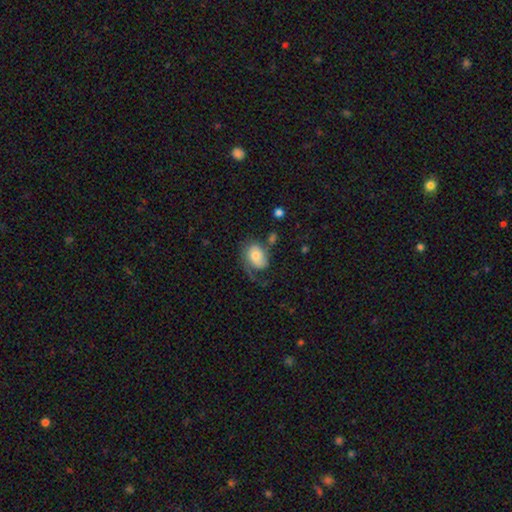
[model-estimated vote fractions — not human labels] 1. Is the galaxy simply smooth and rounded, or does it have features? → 53% smooth, 39% featured or disk, 8% star or artifact.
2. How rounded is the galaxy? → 72% in between, 27% round, 1% cigar-shaped.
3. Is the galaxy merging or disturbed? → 38% none, 32% major disturbance, 24% minor disturbance, 6% merger.